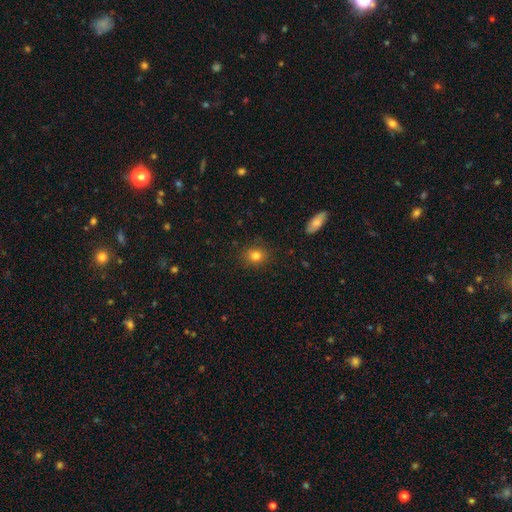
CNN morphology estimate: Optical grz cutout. It shows a smooth galaxy with no disk features (81%) that is round (72%). Merging: none (87%).